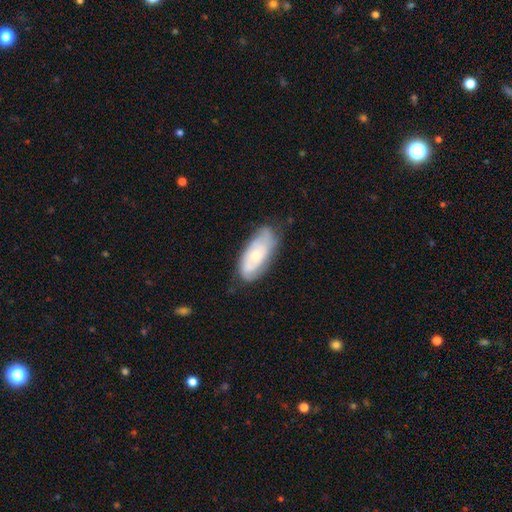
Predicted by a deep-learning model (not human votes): Morphology: type=featured or disk (53%); edge-on=no (89%); merging=none (65%).